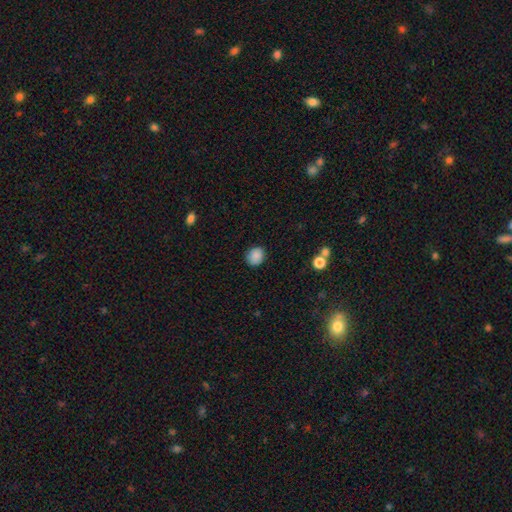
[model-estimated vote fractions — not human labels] Q: Smooth or featured?
A: smooth (87%); runner-up: star or artifact (9%)
Q: How rounded?
A: round (74%); runner-up: in between (25%)
Q: Merging?
A: none (87%); runner-up: minor disturbance (9%)